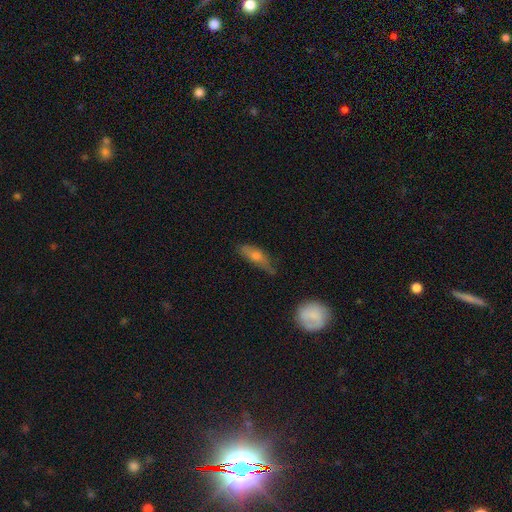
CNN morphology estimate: smooth_or_featured: smooth (p=0.56) [alt: featured or disk p=0.36]
how_rounded: in between (p=0.48) [alt: cigar-shaped p=0.47]
merging: none (p=0.57) [alt: minor disturbance p=0.31]